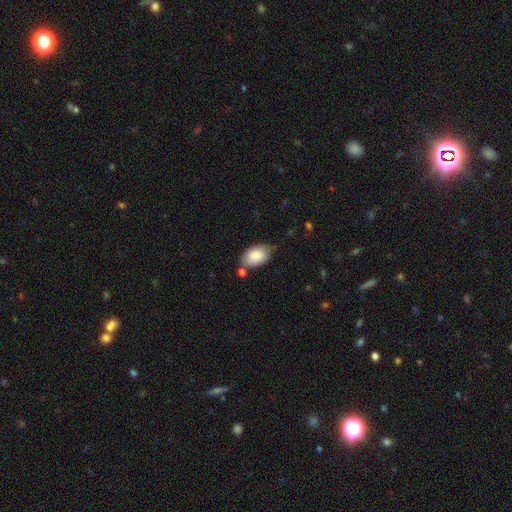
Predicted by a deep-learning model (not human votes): smooth 85%, featured or disk 9%, star or artifact 6%. Down the decision tree: how rounded — in between (92%); merging — none (61%).